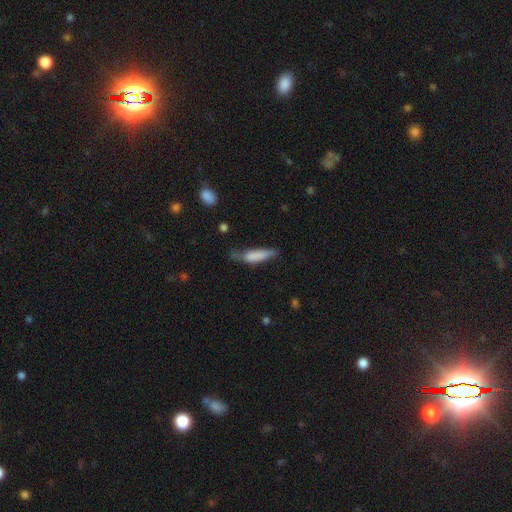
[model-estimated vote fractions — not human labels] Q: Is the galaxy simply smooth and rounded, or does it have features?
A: smooth — 74%.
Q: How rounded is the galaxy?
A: cigar-shaped — 67%.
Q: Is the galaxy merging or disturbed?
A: minor disturbance — 39%.